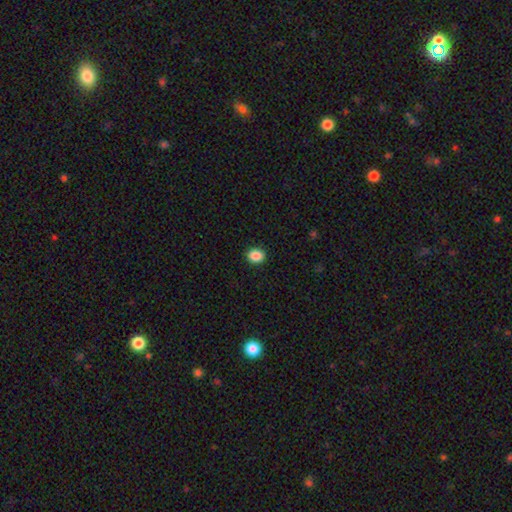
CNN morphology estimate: This appears to be a smooth galaxy with no disk features (88%) that is round (59%). Merging: none (91%).